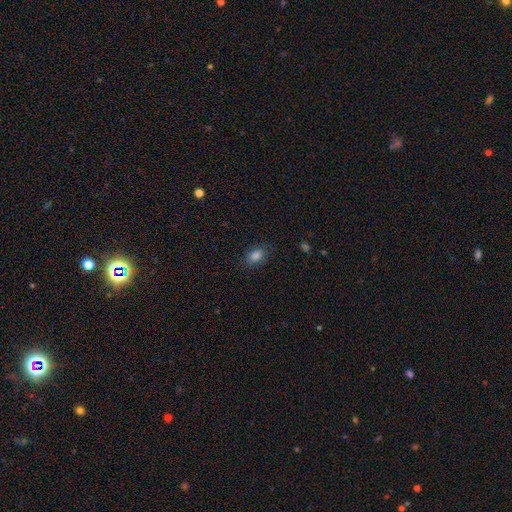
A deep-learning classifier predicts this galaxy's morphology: smooth-or-featured: smooth: 84% | star or artifact: 10% | featured or disk: 6%
  how-rounded: in between: 80% | round: 18% | cigar-shaped: 2%
  merging: none: 82% | minor disturbance: 14% | major disturbance: 4% | merger: 1%